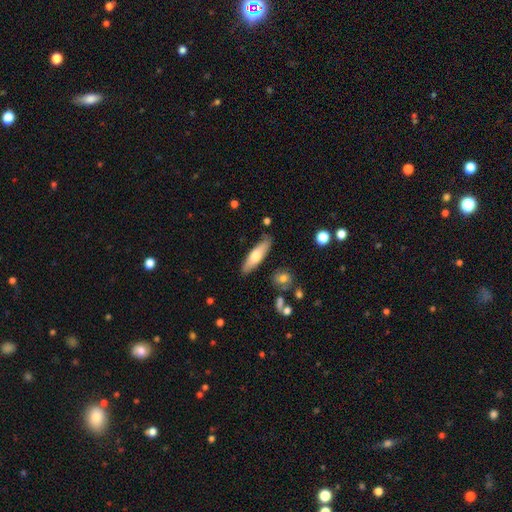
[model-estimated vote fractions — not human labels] The model was most divided on "how rounded": cigar-shaped: 60%, in between: 38%, round: 2%. More confident: merging — none (81%); smooth or featured — smooth (64%).